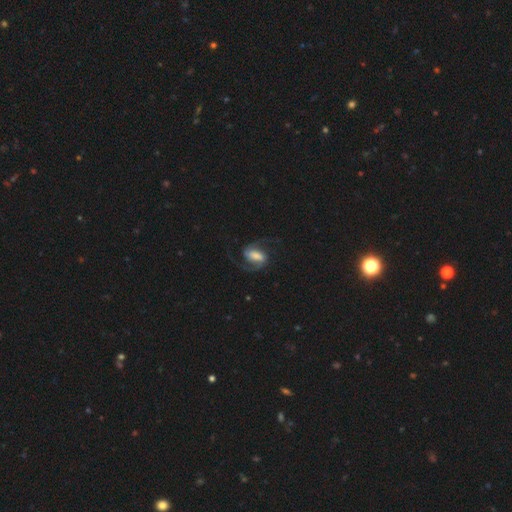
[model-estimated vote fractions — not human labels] A featured or disk galaxy (83%) with a strong bar (40%, tied with weak), 2 (93%) medium (51%) spiral arms (97%) and a large central bulge (34%). Merging: none (73%).